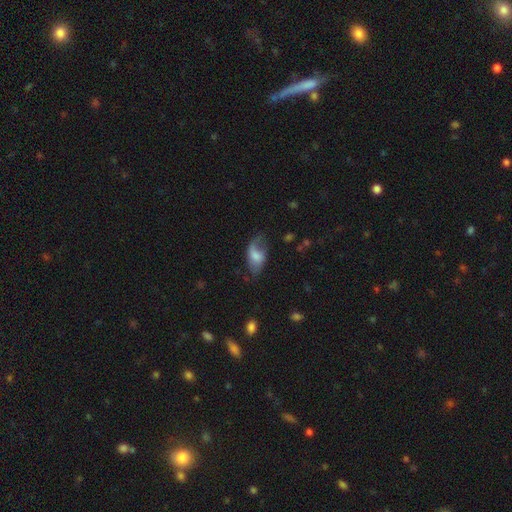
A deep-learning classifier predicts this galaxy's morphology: Smooth or featured: smooth — 55% (featured or disk — 36%)
How rounded: in between — 90% (round — 6%)
Merging: none — 42% (minor disturbance — 30%)